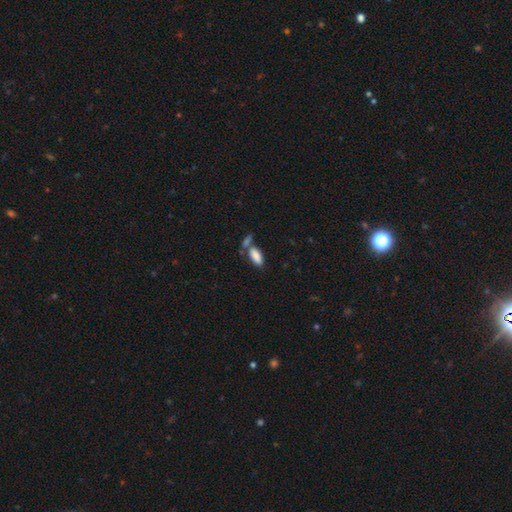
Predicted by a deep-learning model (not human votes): smooth 85%, featured or disk 7%, star or artifact 7%. Down the decision tree: how rounded — in between (85%); merging — none (50%).